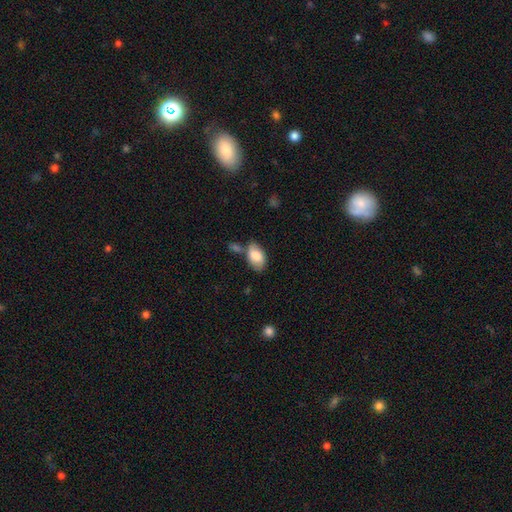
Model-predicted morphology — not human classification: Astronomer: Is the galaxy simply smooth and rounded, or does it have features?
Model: smooth — 81%.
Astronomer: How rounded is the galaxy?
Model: in between — 92%.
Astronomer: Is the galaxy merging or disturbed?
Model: none — 49% (runner-up: minor disturbance, 24%).